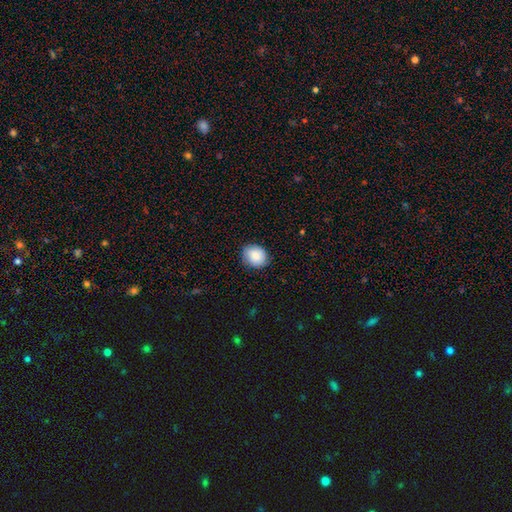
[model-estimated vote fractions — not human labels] Smooth or featured? Predicted: smooth (p=0.87). How rounded? Predicted: round (p=0.58). Merging? Predicted: none (p=0.85).